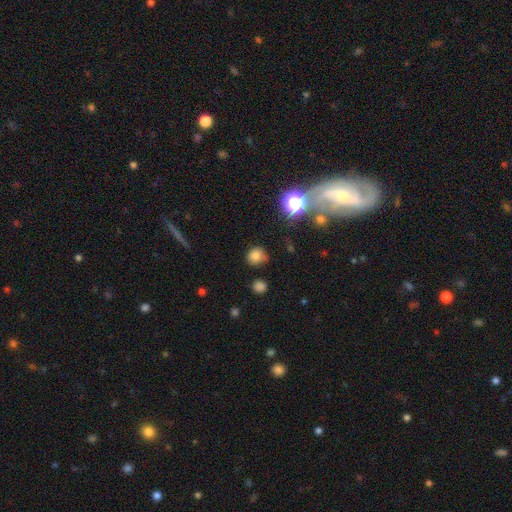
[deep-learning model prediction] smooth 76%, star or artifact 17%, featured or disk 7%. Down the decision tree: how rounded — round (80%); merging — none (71%).